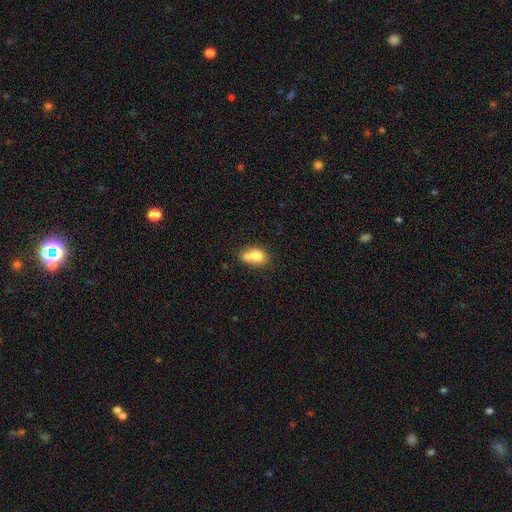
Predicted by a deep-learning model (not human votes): Smooth or featured: smooth — 73% (featured or disk — 18%)
How rounded: in between — 56% (round — 42%)
Merging: merger — 51% (none — 32%)